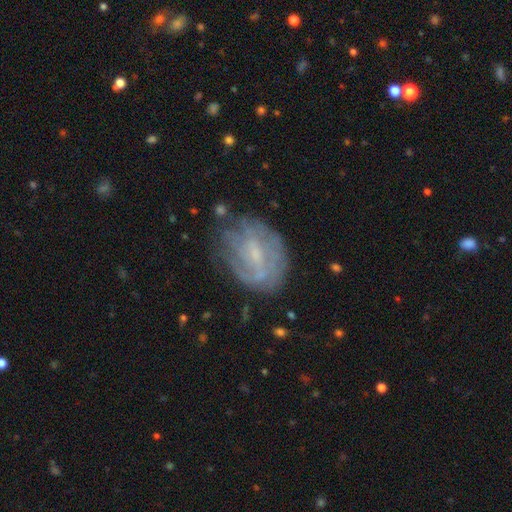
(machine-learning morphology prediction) This appears to be a featured or disk galaxy (63%) with a weak bar (52%), spiral arms (66%) and a small central bulge (55%). Merging: none (64%).